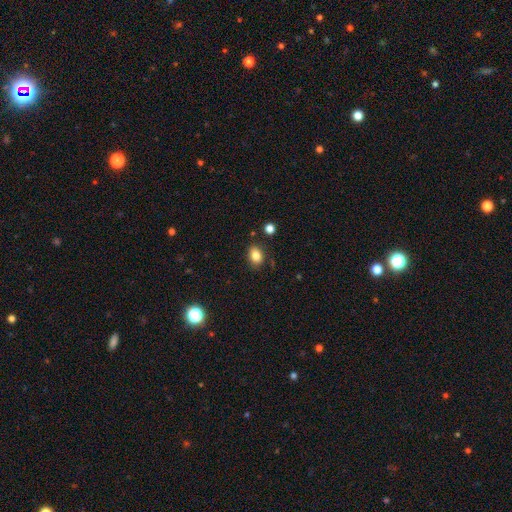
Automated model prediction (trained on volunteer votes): smooth_or_featured: smooth (p=0.83) [alt: star or artifact p=0.10]
how_rounded: in between (p=0.69) [alt: round p=0.29]
merging: none (p=0.83) [alt: minor disturbance p=0.11]